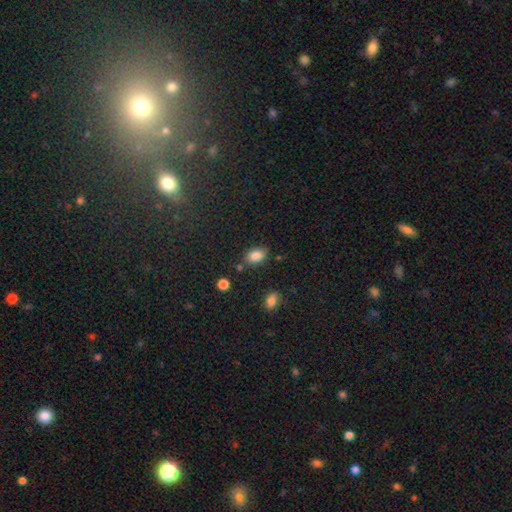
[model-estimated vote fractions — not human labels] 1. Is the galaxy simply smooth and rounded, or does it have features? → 85% smooth, 9% star or artifact, 6% featured or disk.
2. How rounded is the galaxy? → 86% in between, 13% round, 1% cigar-shaped.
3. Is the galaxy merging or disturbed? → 77% none, 14% minor disturbance, 6% merger, 3% major disturbance.